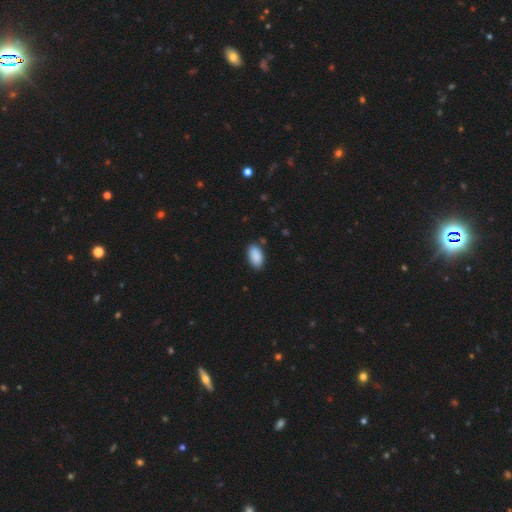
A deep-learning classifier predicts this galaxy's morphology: The model was most divided on "merging": none: 82%, minor disturbance: 14%, major disturbance: 2%, merger: 2%. More confident: how rounded — in between (95%); smooth or featured — smooth (90%).